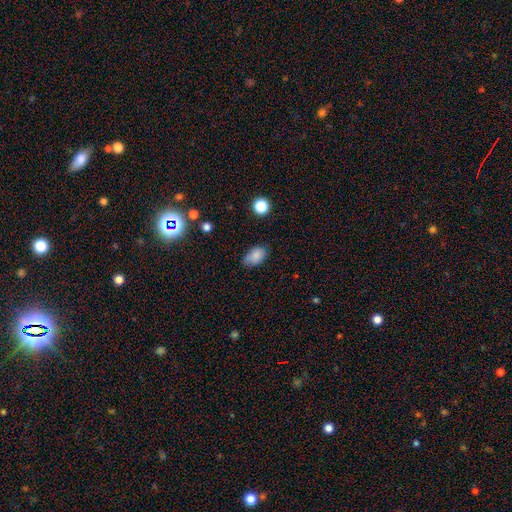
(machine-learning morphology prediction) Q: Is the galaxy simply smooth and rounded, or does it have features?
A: smooth — 82%.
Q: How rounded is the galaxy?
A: in between — 89%.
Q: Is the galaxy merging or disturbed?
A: none — 71%.